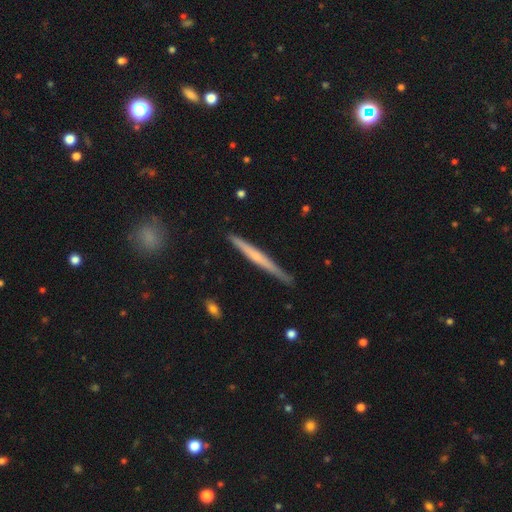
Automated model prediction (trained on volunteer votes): Overall: featured or disk (56%; smooth 39%). Edge-on disk: yes (97%). Edge-on bulge: none (56%; rounded 37%). Merging: none (86%).